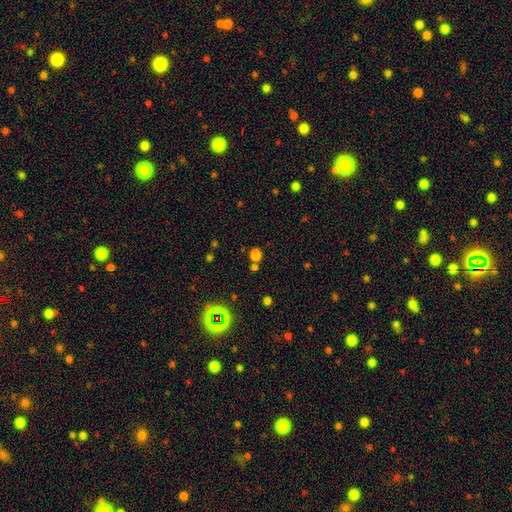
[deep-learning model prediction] smooth_or_featured: smooth (p=0.72) [alt: star or artifact p=0.22]
how_rounded: in between (p=0.55) [alt: round p=0.43]
merging: none (p=0.63) [alt: merger p=0.20]